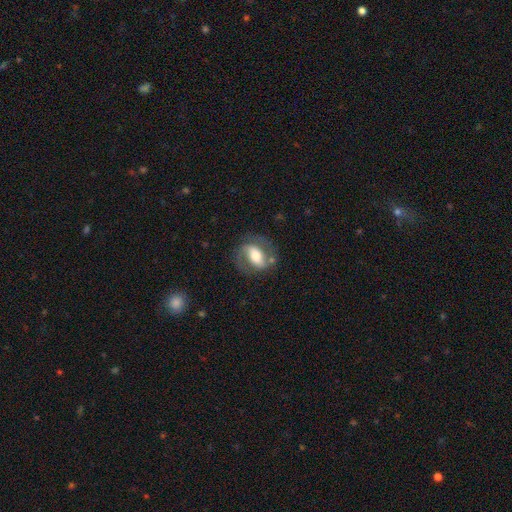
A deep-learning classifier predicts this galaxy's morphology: type=featured or disk (65%); edge-on=no (93%); bar=strong (45%); spiral arms=yes (79%); bulge=moderate (58%); merging=none (69%).